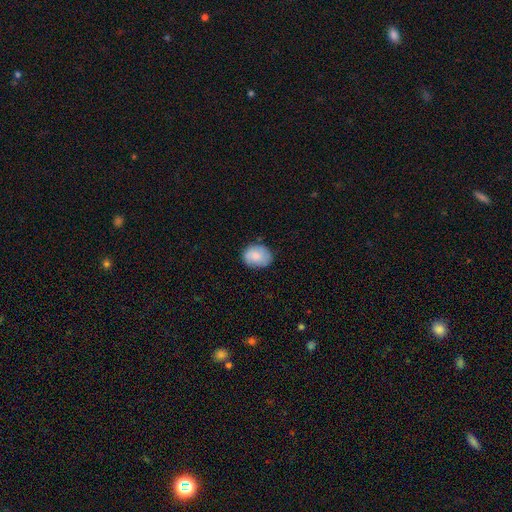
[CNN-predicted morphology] A smooth galaxy with no disk features (77%) that is in between round and cigar-shaped (51%).

Vote fractions:
- Smooth or featured? smooth: 77% / featured or disk: 16% / star or artifact: 7%
- How rounded? in between: 51% / round: 48% / cigar-shaped: 1%
- Merging? none: 76% / minor disturbance: 19% / major disturbance: 4% / merger: 1%